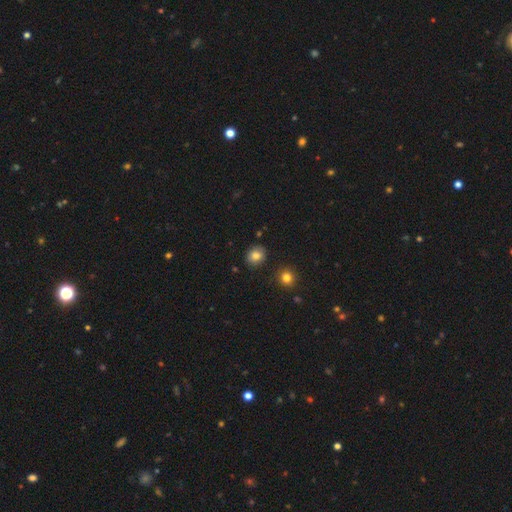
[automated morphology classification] A smooth galaxy with no disk features (82%) that is round (74%). Merging: none (87%).